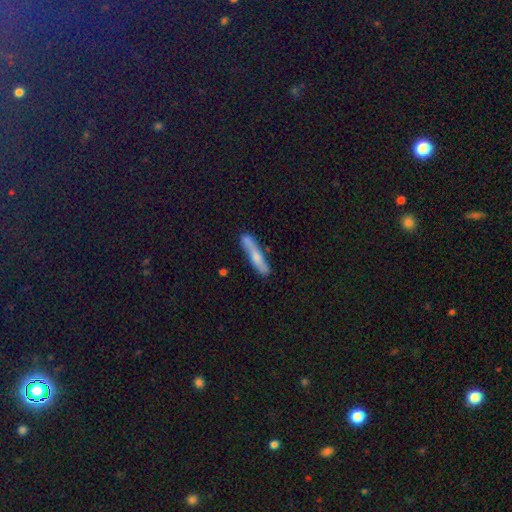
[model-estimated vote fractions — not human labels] smooth_or_featured: smooth (p=0.57) [alt: featured or disk p=0.37]
how_rounded: cigar-shaped (p=0.91) [alt: in between p=0.08]
merging: none (p=0.76) [alt: minor disturbance p=0.16]